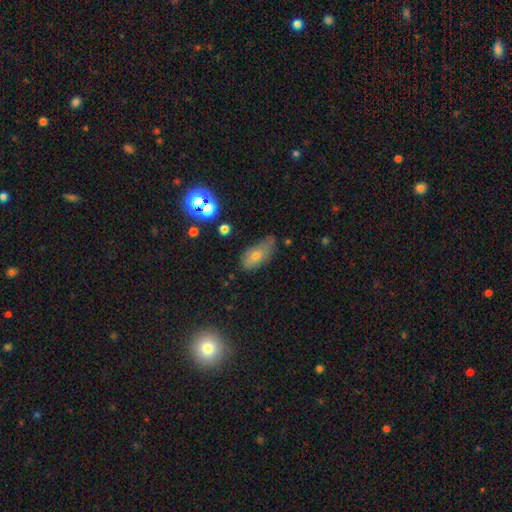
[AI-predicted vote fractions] The model was most divided on "merging": none: 48%, minor disturbance: 36%, major disturbance: 12%, merger: 4%. More confident: how rounded — in between (87%); smooth or featured — smooth (64%).